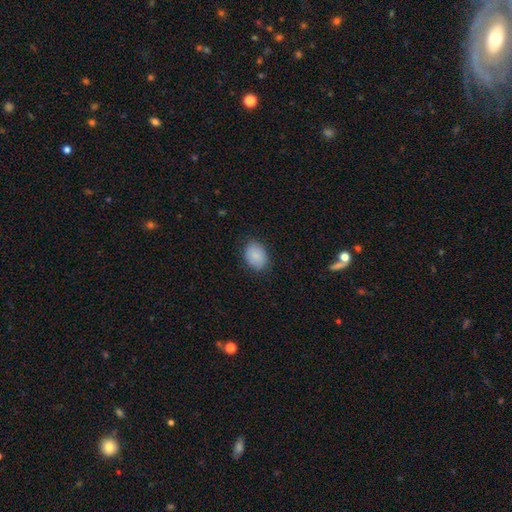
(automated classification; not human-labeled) smooth 88%, star or artifact 7%, featured or disk 5%. Down the decision tree: how rounded — in between (68%); merging — none (83%).